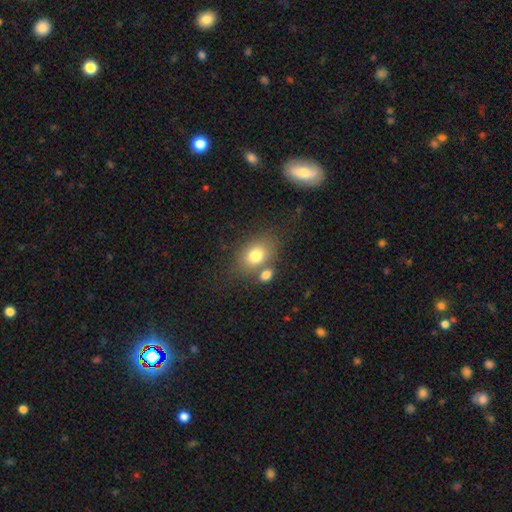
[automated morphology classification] Smooth or featured: smooth — 78% (featured or disk — 13%)
How rounded: in between — 68% (round — 31%)
Merging: none — 57% (merger — 25%)